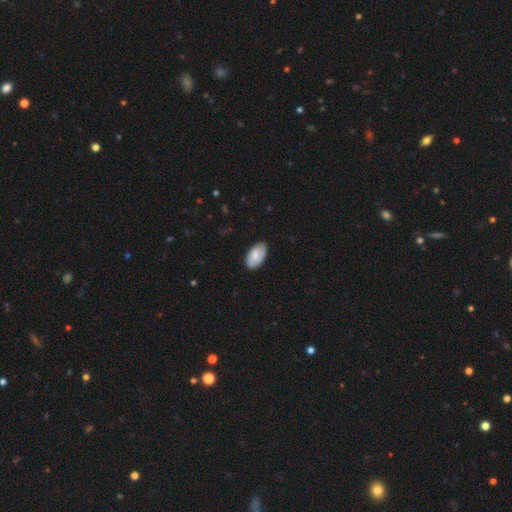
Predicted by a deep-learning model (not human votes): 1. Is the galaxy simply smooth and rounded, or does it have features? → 84% smooth, 10% featured or disk, 6% star or artifact.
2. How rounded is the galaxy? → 96% in between, 3% round, 2% cigar-shaped.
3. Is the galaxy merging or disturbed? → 87% none, 10% minor disturbance, 2% major disturbance, 1% merger.